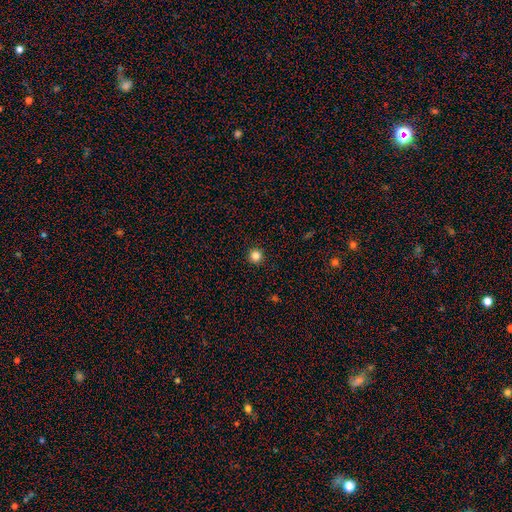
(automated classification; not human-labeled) Smooth or featured? smooth (84%)
How rounded? round (95%)
Merging? none (93%)